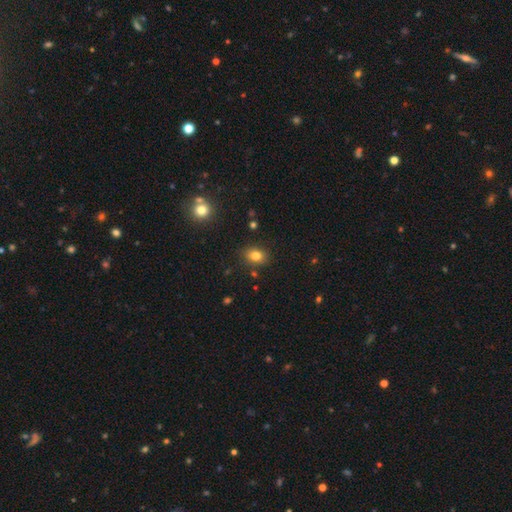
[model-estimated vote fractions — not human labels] This appears to be a smooth galaxy with no disk features (81%) that is in between round and cigar-shaped (65%). Merging: none (84%).